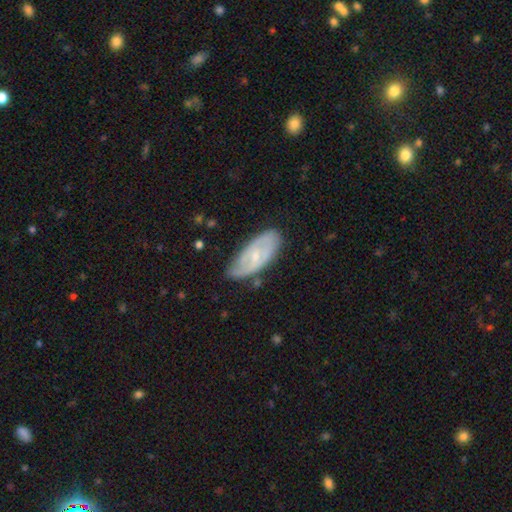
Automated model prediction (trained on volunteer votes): This appears to be a featured or disk galaxy (69%) with no bar (51%), 2 (50%) tight (49%) spiral arms (83%) and a small central bulge (69%). Merging: none (70%).